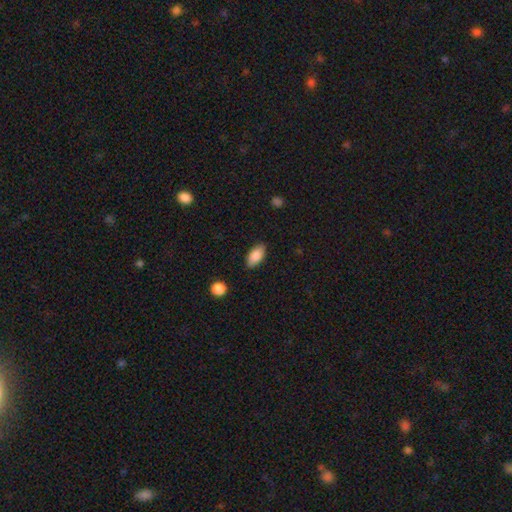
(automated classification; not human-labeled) Q: Smooth or featured?
A: smooth (85%); runner-up: featured or disk (8%)
Q: How rounded?
A: in between (91%); runner-up: cigar-shaped (6%)
Q: Merging?
A: none (84%); runner-up: minor disturbance (12%)